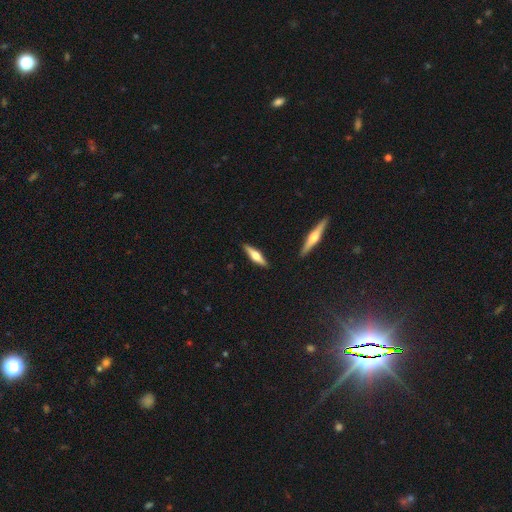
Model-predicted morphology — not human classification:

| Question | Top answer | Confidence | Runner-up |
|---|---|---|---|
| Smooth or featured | featured or disk | 51% | smooth (43%) |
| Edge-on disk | yes | 95% | no (5%) |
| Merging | none | 88% | minor disturbance (8%) |